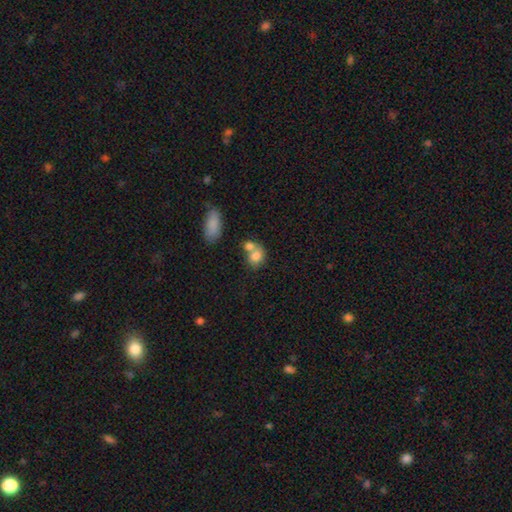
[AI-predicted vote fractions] Smooth or featured? Predicted: smooth (p=0.77). How rounded? Predicted: in between (p=0.51). Merging? Predicted: merger (p=0.54).